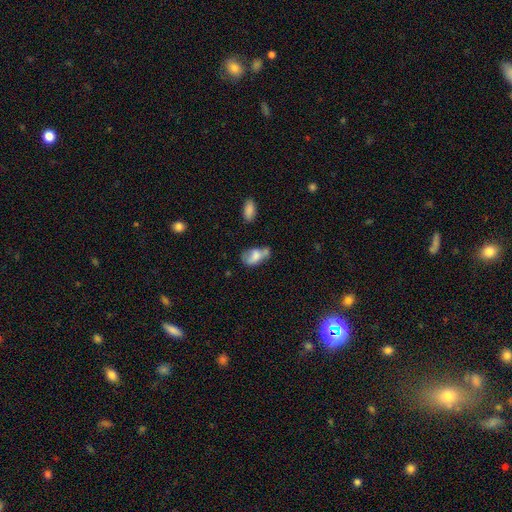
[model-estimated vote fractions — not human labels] Overall: smooth (63%; featured or disk 28%). How rounded: in between (88%). Merging: none (31%; minor disturbance 29%).